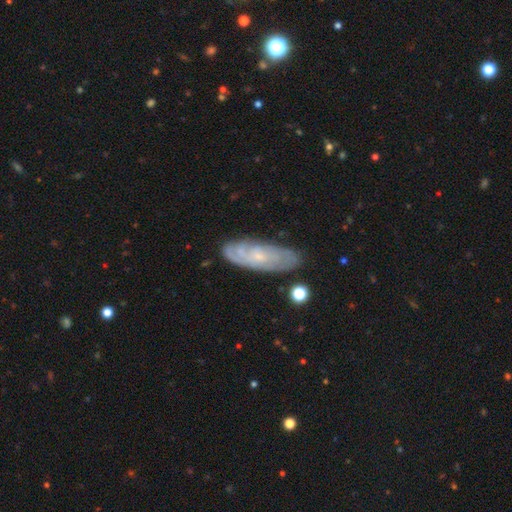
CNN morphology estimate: This is likely a featured or disk galaxy (65%). It is clearly not viewed edge-on (84%). Bar: likely no (73%). Spiral arm pattern: clearly yes (85%). Central bulge: likely small (71%). Merging: likely none (78%).